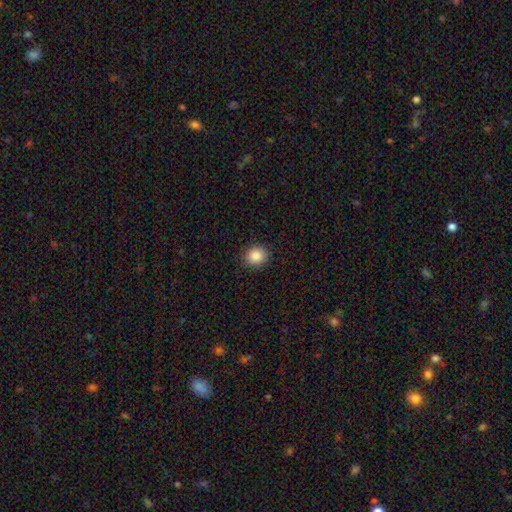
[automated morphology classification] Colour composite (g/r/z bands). It shows a smooth galaxy with no disk features (87%) that is round (66%). Merging: none (89%).